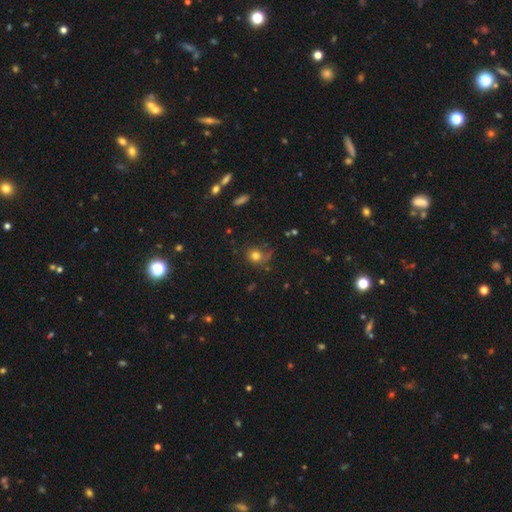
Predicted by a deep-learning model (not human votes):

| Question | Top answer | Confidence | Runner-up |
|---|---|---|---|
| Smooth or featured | smooth | 75% | star or artifact (13%) |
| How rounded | round | 81% | in between (17%) |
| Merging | none | 60% | minor disturbance (20%) |